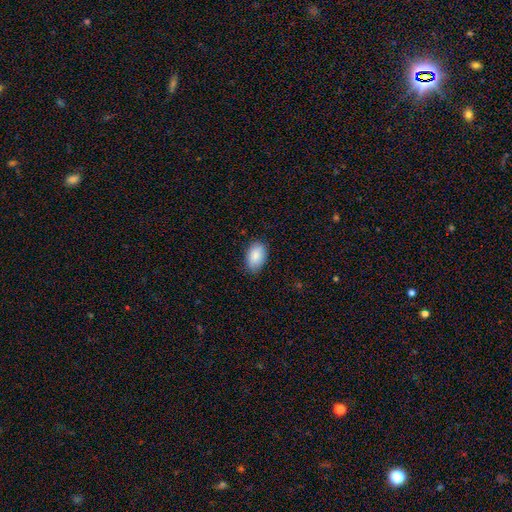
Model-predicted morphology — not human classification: smooth 87%, star or artifact 7%, featured or disk 6%. Down the decision tree: how rounded — in between (92%); merging — none (81%).